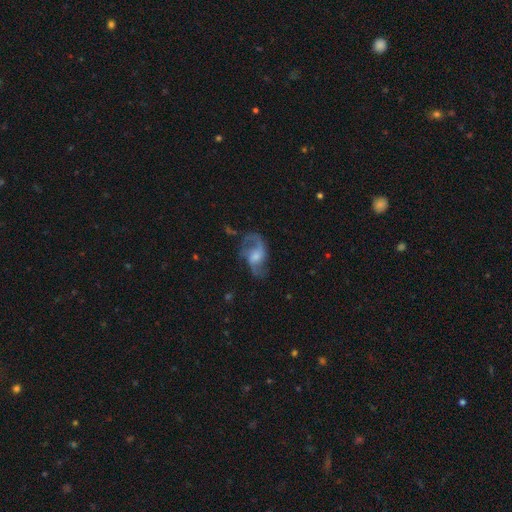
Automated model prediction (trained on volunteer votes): Morphology: type=featured or disk (81%); edge-on=no (97%); bar=no (48%); spiral arms=yes (93%); winding=loose (55%); arm count=2 (78%); bulge=moderate (41%); merging=none (59%).